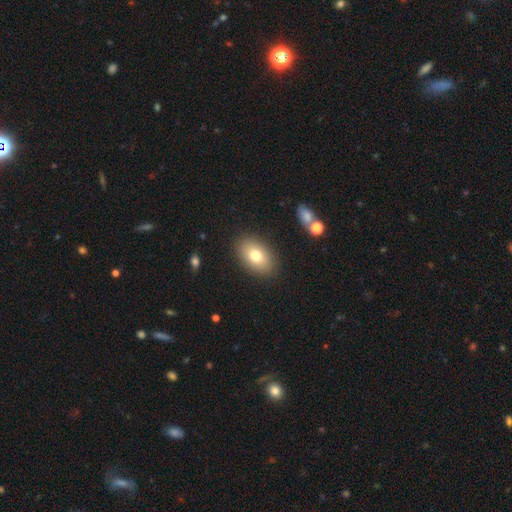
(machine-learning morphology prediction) The model was most divided on "smooth or featured": smooth: 76%, featured or disk: 15%, star or artifact: 9%. More confident: merging — none (88%); how rounded — in between (87%).